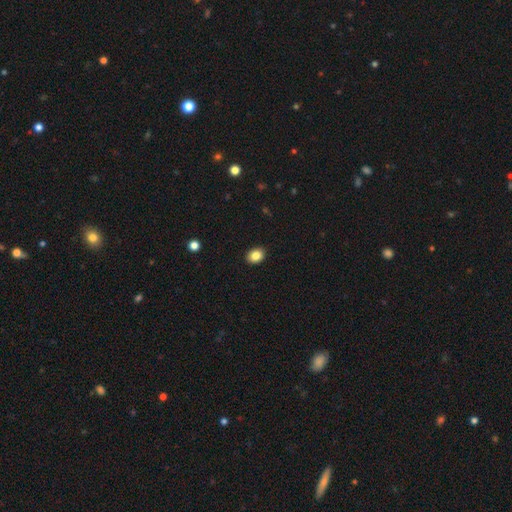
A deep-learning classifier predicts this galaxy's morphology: type=smooth (86%); roundness=in between (65%); merging=none (91%).